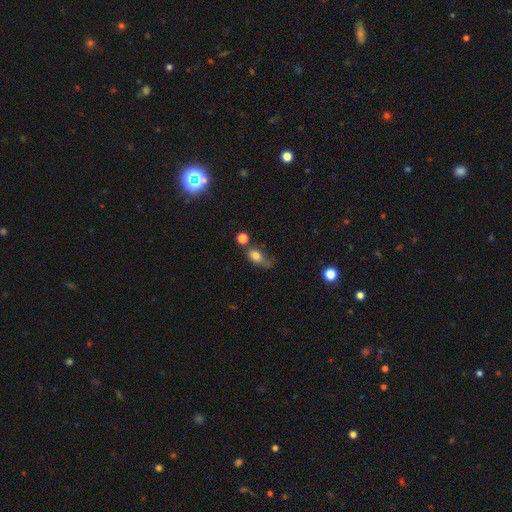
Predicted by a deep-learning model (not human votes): Smooth or featured? smooth (74%)
How rounded? in between (67%)
Merging? none (33%)